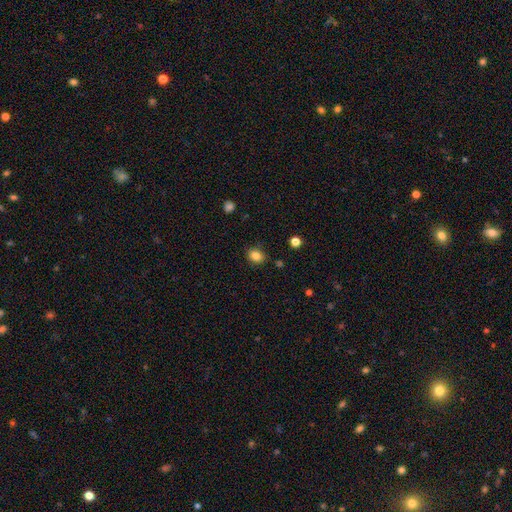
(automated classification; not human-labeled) A smooth galaxy with no disk features (84%) that is round (52%).

Vote fractions:
- Smooth or featured? smooth: 84% / star or artifact: 11% / featured or disk: 5%
- How rounded? round: 52% / in between: 47% / cigar-shaped: 1%
- Merging? none: 83% / minor disturbance: 12% / major disturbance: 3% / merger: 2%